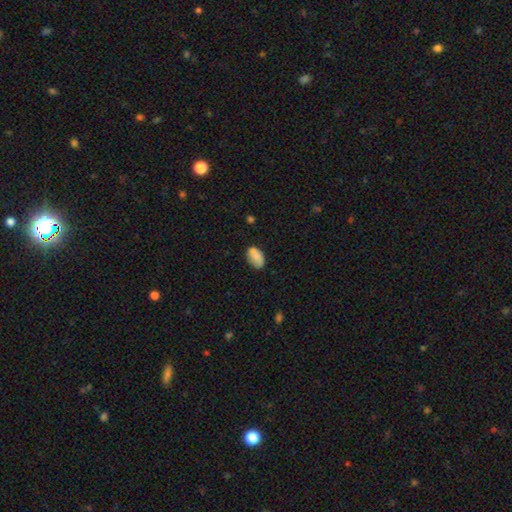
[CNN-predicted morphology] Smooth or featured? Predicted: smooth (p=0.84). How rounded? Predicted: in between (p=0.92). Merging? Predicted: none (p=0.71).